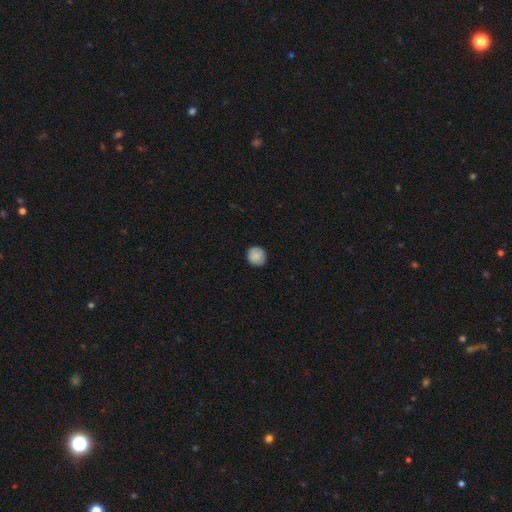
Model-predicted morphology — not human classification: Smooth or featured?
  - smooth: 87% *
  - star or artifact: 8%
  - featured or disk: 5%
How rounded?
  - round: 87% *
  - in between: 12%
  - cigar-shaped: 1%
Merging?
  - none: 89% *
  - minor disturbance: 9%
  - major disturbance: 2%
  - merger: 1%